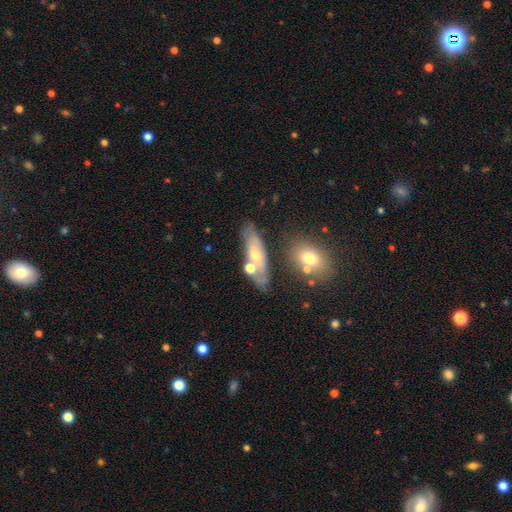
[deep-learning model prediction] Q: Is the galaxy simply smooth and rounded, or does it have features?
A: featured or disk — 49%.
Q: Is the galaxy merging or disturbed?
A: none — 63%.